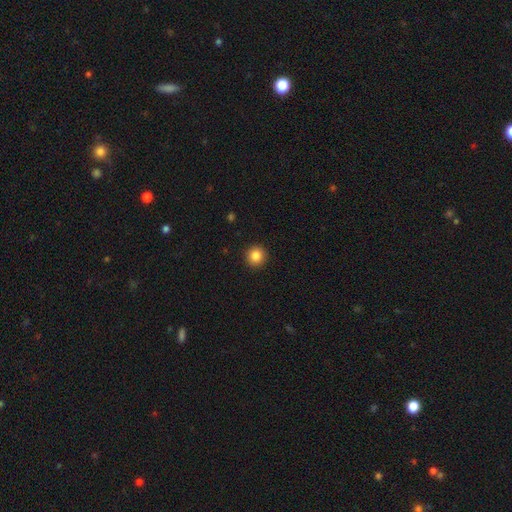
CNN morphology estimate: Overall: smooth (86%). How rounded: round (95%). Merging: none (93%).